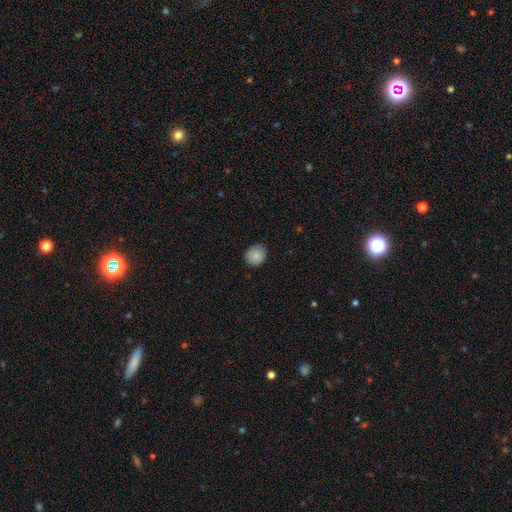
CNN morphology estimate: Smooth or featured?
  - smooth: 84% *
  - star or artifact: 8%
  - featured or disk: 7%
How rounded?
  - round: 75% *
  - in between: 24%
  - cigar-shaped: 1%
Merging?
  - none: 77% *
  - minor disturbance: 19%
  - major disturbance: 3%
  - merger: 1%